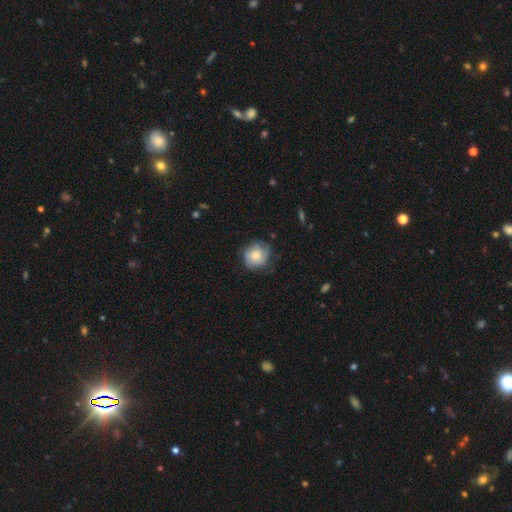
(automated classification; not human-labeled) Morphology: type=smooth (65%); roundness=round (85%); merging=none (70%).